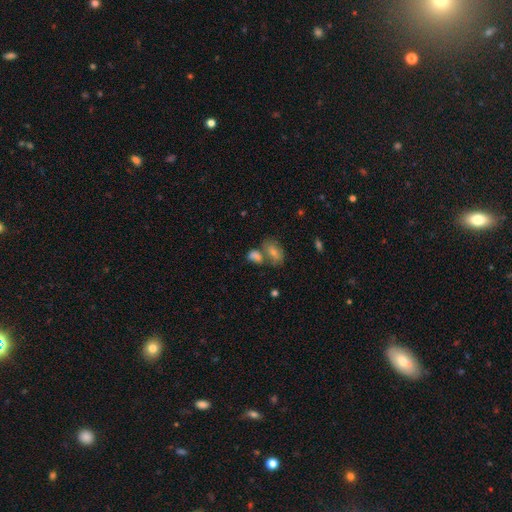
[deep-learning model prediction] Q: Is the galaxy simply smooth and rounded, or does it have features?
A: smooth — 76%.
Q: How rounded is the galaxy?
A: in between — 80%.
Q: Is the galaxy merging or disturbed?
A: merger — 44%.